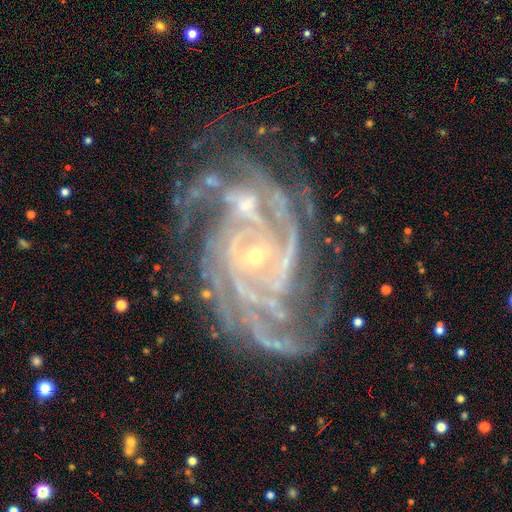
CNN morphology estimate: Q: Smooth or featured?
A: featured or disk (91%); runner-up: star or artifact (6%)
Q: Edge-on disk?
A: no (97%); runner-up: yes (3%)
Q: Bar?
A: no (54%); runner-up: weak (30%)
Q: Spiral arms?
A: yes (98%); runner-up: no (2%)
Q: Spiral winding?
A: tight (66%); runner-up: medium (29%)
Q: Spiral arm count?
A: 4 (27%); runner-up: more than 4 (21%)
Q: Bulge size?
A: small (81%); runner-up: moderate (14%)
Q: Merging?
A: none (63%); runner-up: minor disturbance (20%)